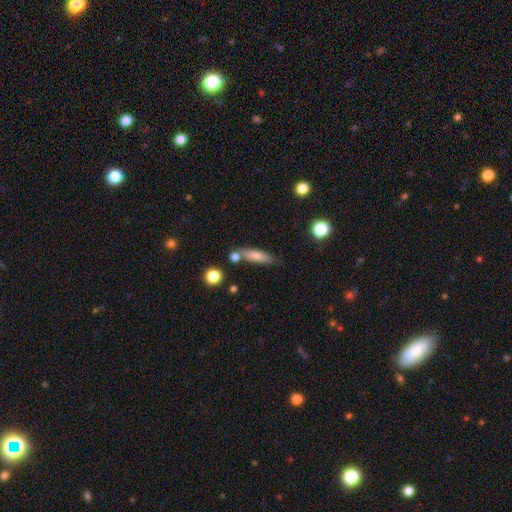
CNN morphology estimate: smooth_or_featured: smooth (p=0.76) [alt: featured or disk p=0.16]
how_rounded: cigar-shaped (p=0.68) [alt: in between p=0.29]
merging: none (p=0.67) [alt: minor disturbance p=0.15]